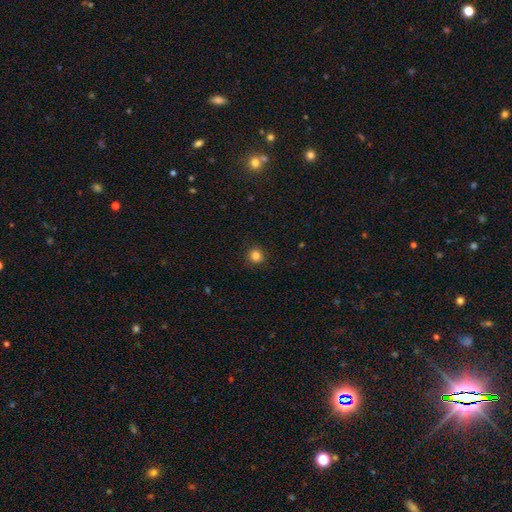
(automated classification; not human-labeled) Q: Smooth or featured?
A: smooth (85%); runner-up: star or artifact (12%)
Q: How rounded?
A: round (92%); runner-up: in between (7%)
Q: Merging?
A: none (90%); runner-up: minor disturbance (7%)